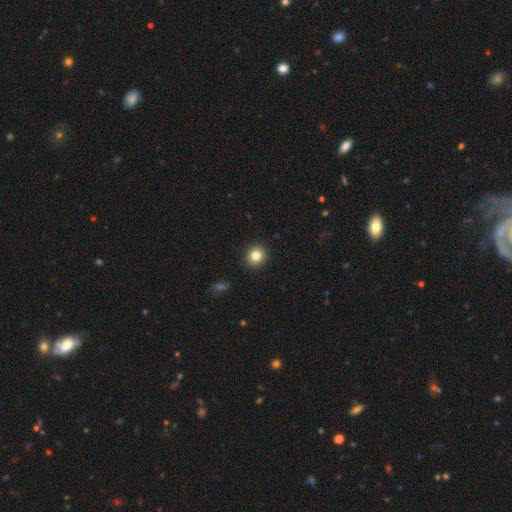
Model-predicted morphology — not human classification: type=smooth (83%); roundness=round (85%); merging=none (92%).